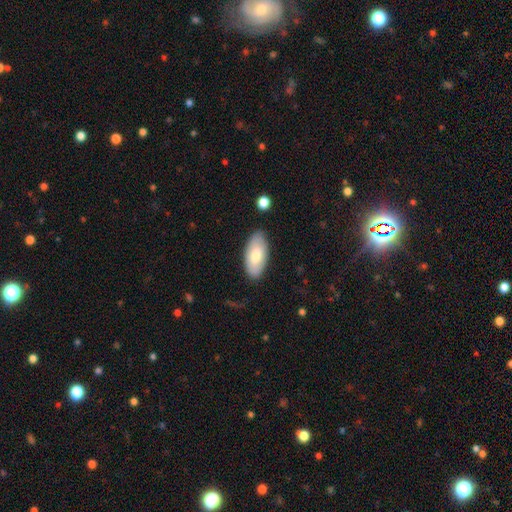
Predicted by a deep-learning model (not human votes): Smooth or featured? smooth (73%)
How rounded? in between (92%)
Merging? none (83%)